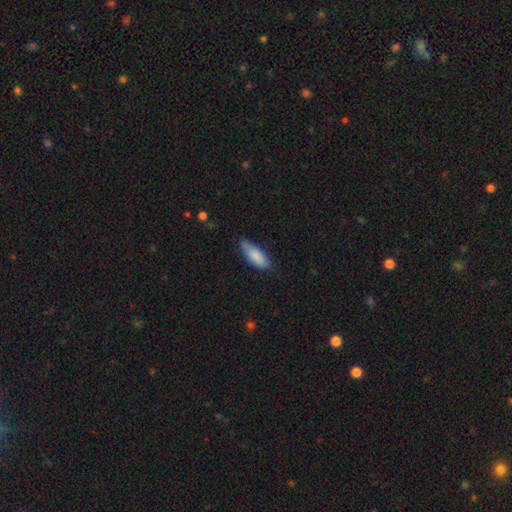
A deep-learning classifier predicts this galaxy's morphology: The model was most divided on "how rounded": in between: 67%, cigar-shaped: 31%, round: 2%. More confident: smooth or featured — smooth (85%); merging — none (69%).